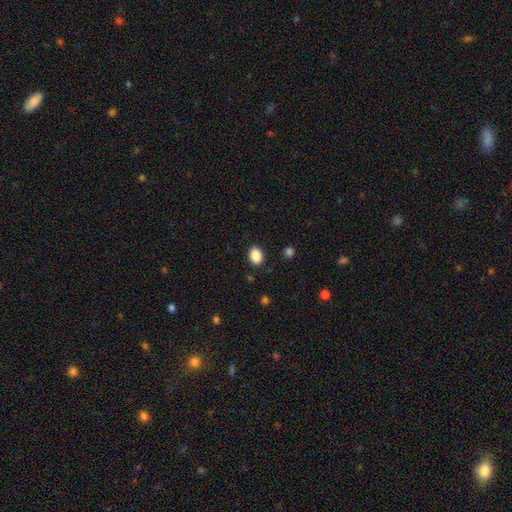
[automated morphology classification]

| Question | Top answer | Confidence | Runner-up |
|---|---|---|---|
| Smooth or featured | smooth | 88% | star or artifact (9%) |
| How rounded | in between | 74% | round (25%) |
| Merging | none | 88% | minor disturbance (8%) |